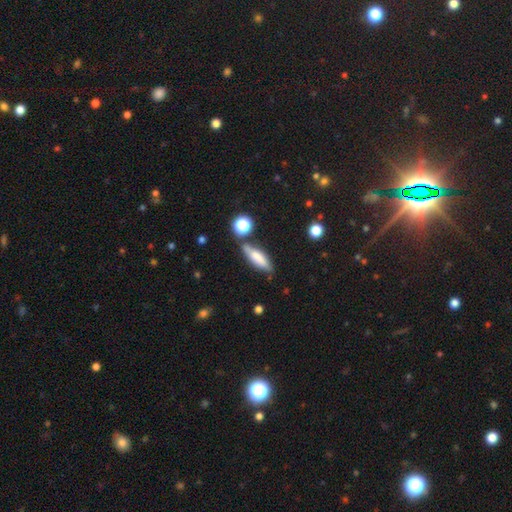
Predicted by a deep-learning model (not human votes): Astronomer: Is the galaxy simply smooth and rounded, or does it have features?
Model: smooth — 68%.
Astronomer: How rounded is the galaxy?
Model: cigar-shaped — 52% (runner-up: in between, 45%).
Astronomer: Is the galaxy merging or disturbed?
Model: none — 67%.